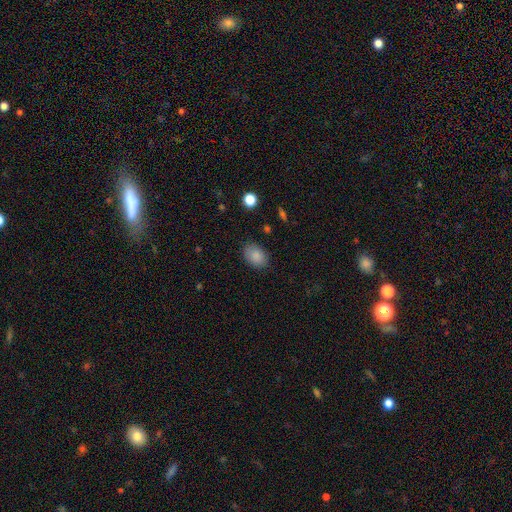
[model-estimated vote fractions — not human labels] A smooth galaxy with no disk features (86%) that is in between round and cigar-shaped (78%). Merging: none (84%).